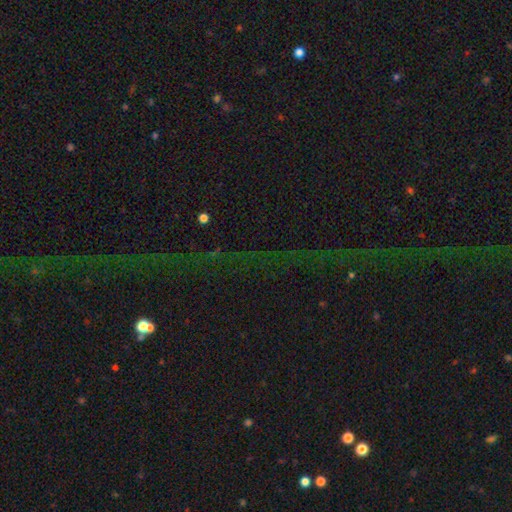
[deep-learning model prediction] A star or artifact, not a galaxy (76%).